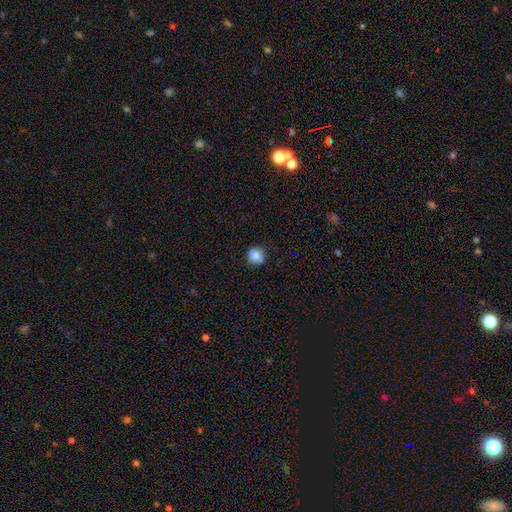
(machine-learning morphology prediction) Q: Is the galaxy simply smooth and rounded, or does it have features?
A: smooth — 84%.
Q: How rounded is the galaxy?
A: round — 82%.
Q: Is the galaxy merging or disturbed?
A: none — 86%.